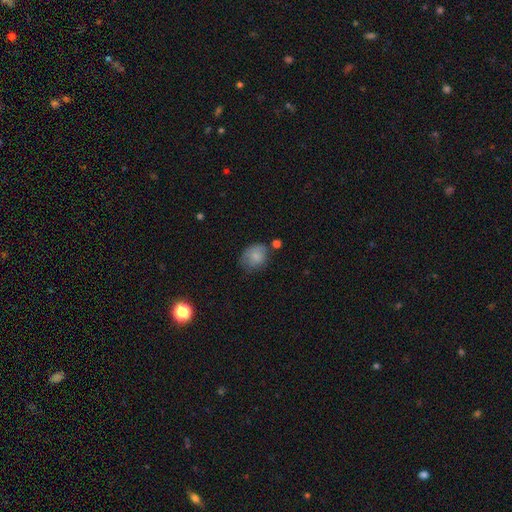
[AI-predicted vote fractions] smooth_or_featured: smooth (p=0.82) [alt: featured or disk p=0.10]
how_rounded: round (p=0.57) [alt: in between p=0.42]
merging: none (p=0.58) [alt: minor disturbance p=0.27]